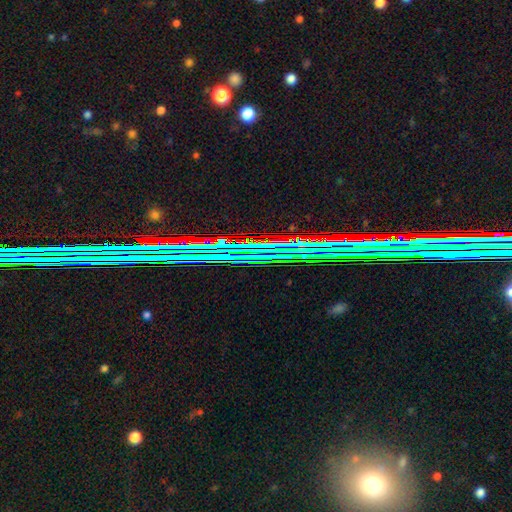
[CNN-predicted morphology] type=star or artifact (71%).